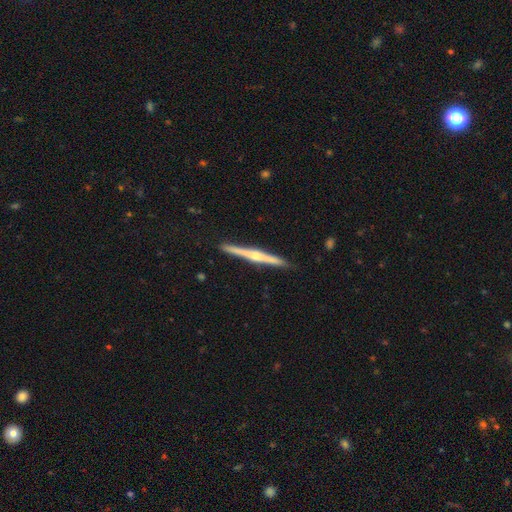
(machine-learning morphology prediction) A featured or disk galaxy (78%) viewed edge-on (99%) with a rounded central bulge (85%).

Vote fractions:
- Smooth or featured? featured or disk: 78% / smooth: 17% / star or artifact: 5%
- Edge-on disk? yes: 99% / no: 1%
- Edge-on bulge? rounded: 85% / none: 10% / boxy: 6%
- Merging? none: 92% / minor disturbance: 6% / major disturbance: 1% / merger: 1%